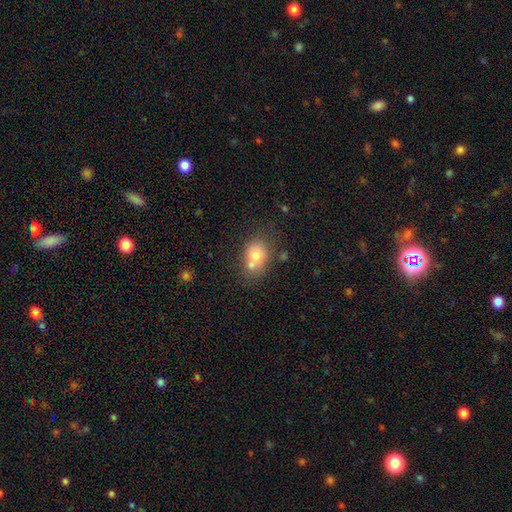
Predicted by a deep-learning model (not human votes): The model was most divided on "merging": none: 44%, merger: 38%, minor disturbance: 13%, major disturbance: 5%. More confident: smooth or featured — smooth (71%); how rounded — in between (54%).